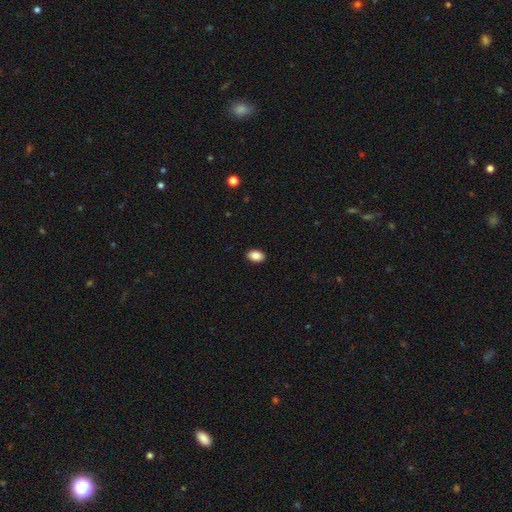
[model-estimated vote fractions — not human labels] A smooth galaxy with no disk features (89%) that is in between round and cigar-shaped (88%).

Vote fractions:
- Smooth or featured? smooth: 89% / star or artifact: 8% / featured or disk: 4%
- How rounded? in between: 88% / round: 11% / cigar-shaped: 1%
- Merging? none: 91% / minor disturbance: 7% / major disturbance: 2% / merger: 1%